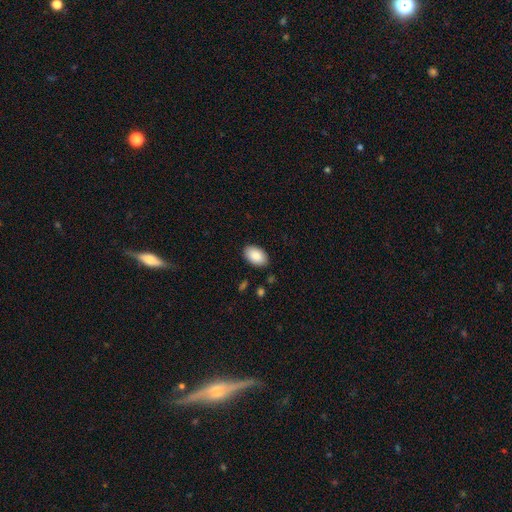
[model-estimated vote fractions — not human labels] Smooth or featured?
  - smooth: 89% *
  - star or artifact: 6%
  - featured or disk: 5%
How rounded?
  - in between: 93% *
  - round: 6%
  - cigar-shaped: 1%
Merging?
  - none: 88% *
  - minor disturbance: 9%
  - major disturbance: 2%
  - merger: 1%